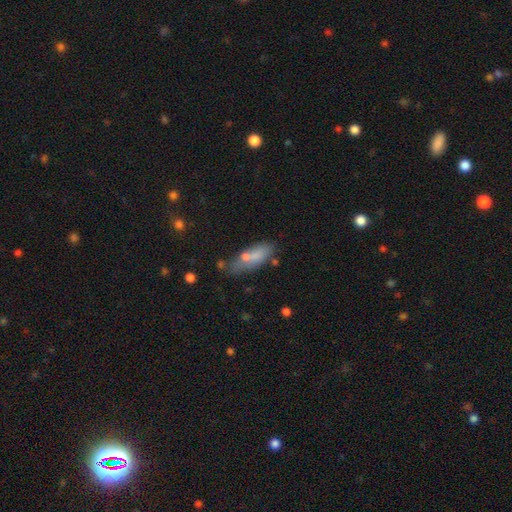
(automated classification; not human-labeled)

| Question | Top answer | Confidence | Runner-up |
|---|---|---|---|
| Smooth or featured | smooth | 67% | featured or disk (23%) |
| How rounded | in between | 57% | cigar-shaped (40%) |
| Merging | none | 54% | minor disturbance (23%) |